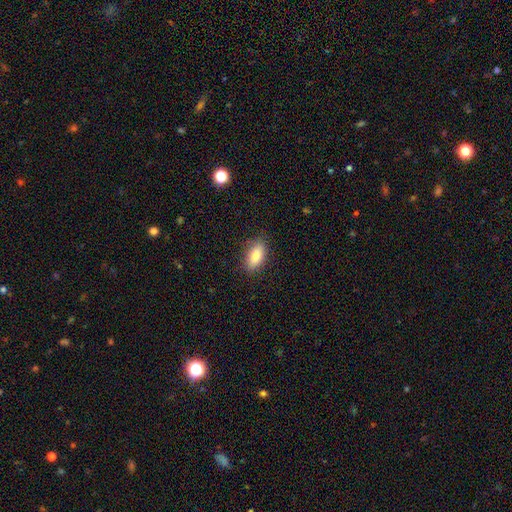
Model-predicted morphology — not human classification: A smooth galaxy with no disk features (82%) that is in between round and cigar-shaped (86%).

Vote fractions:
- Smooth or featured? smooth: 82% / featured or disk: 10% / star or artifact: 7%
- How rounded? in between: 86% / cigar-shaped: 10% / round: 4%
- Merging? none: 85% / minor disturbance: 11% / major disturbance: 3% / merger: 1%